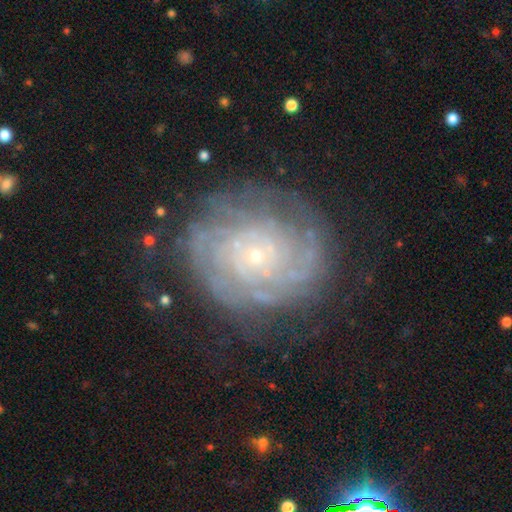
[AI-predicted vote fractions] Morphology: type=featured or disk (82%); edge-on=no (97%); bar=no (82%); spiral arms=yes (94%); winding=tight (79%); arm count=can't tell (39%); bulge=small (85%); merging=none (74%).